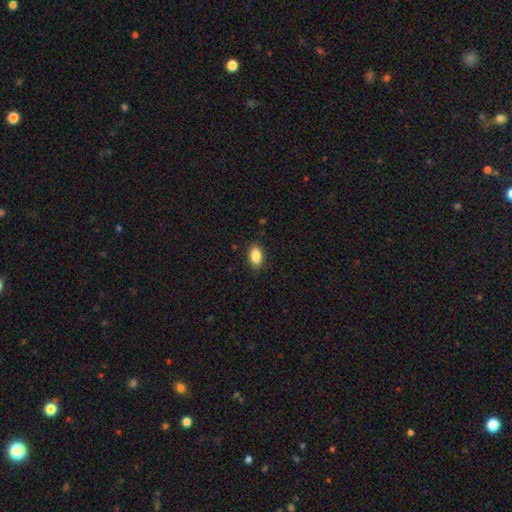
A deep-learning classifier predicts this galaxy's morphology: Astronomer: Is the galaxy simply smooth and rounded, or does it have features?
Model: smooth — 87%.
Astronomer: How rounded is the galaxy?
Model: in between — 90%.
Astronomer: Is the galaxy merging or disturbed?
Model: none — 87%.